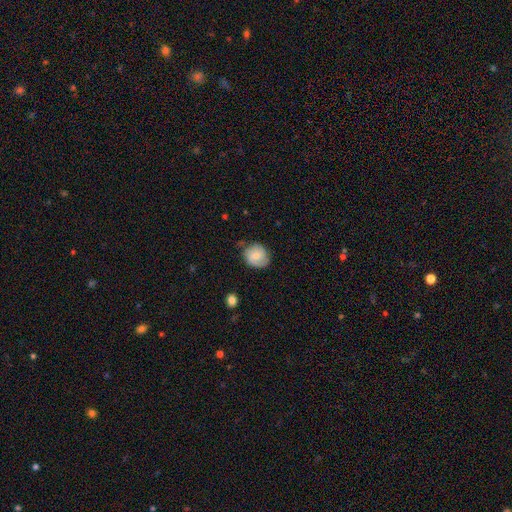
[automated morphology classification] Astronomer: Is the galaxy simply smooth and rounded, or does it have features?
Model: smooth — 49% (runner-up: featured or disk, 43%).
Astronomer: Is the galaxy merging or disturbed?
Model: none — 68%.